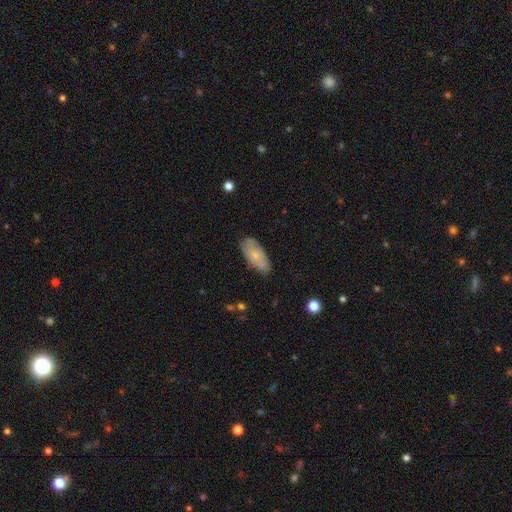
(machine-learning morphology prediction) Smooth or featured? smooth (58%)
How rounded? in between (85%)
Merging? none (72%)